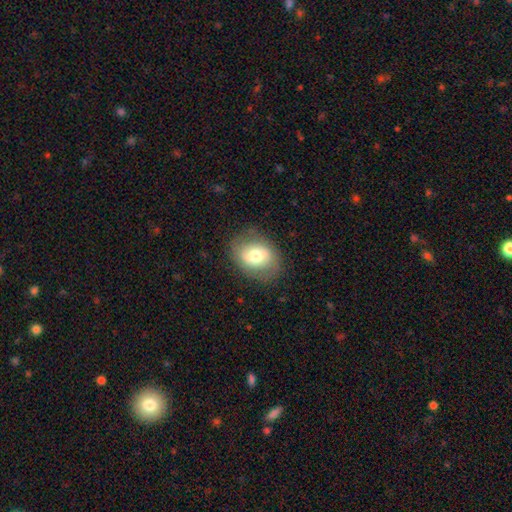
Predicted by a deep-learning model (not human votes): Smooth or featured? Predicted: smooth (p=0.63). How rounded? Predicted: in between (p=0.63). Merging? Predicted: none (p=0.78).